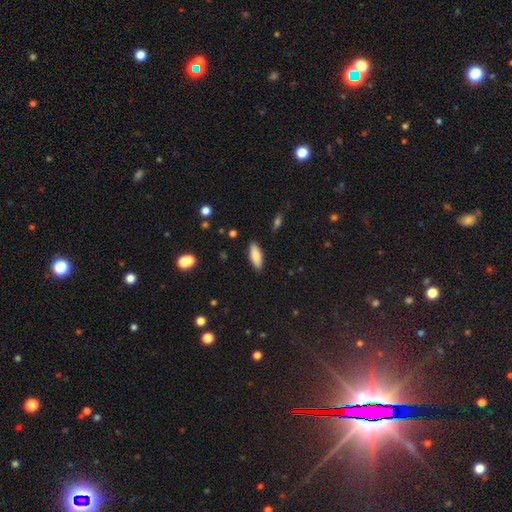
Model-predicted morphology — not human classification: smooth-or-featured: smooth: 81% | featured or disk: 12% | star or artifact: 6%
  how-rounded: in between: 69% | cigar-shaped: 29% | round: 2%
  merging: none: 88% | minor disturbance: 9% | major disturbance: 2% | merger: 1%